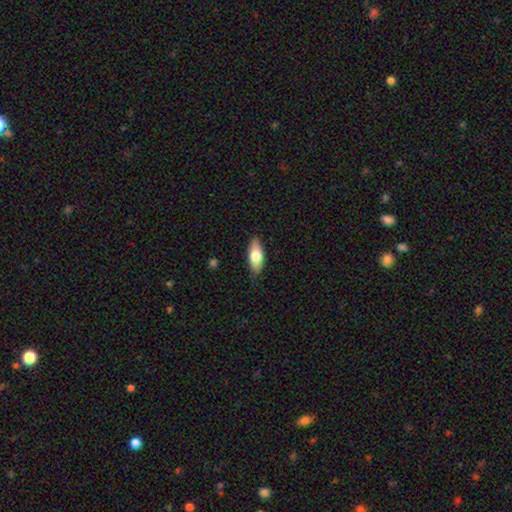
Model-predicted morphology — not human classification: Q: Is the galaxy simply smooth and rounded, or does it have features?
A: smooth — 68%.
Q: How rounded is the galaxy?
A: in between — 78%.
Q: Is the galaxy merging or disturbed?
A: none — 85%.